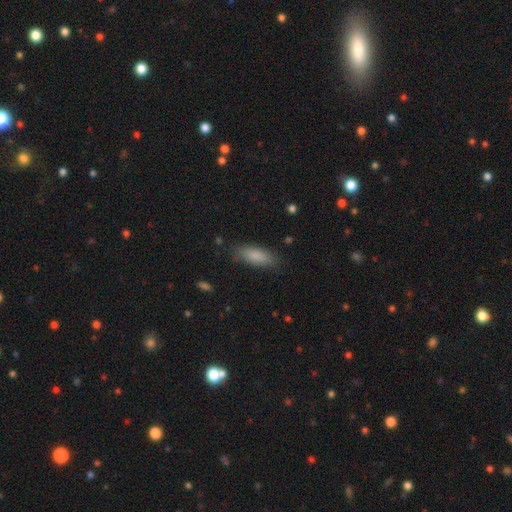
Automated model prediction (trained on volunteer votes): A smooth galaxy with no disk features (85%) that is in between round and cigar-shaped (65%). Merging: none (83%).